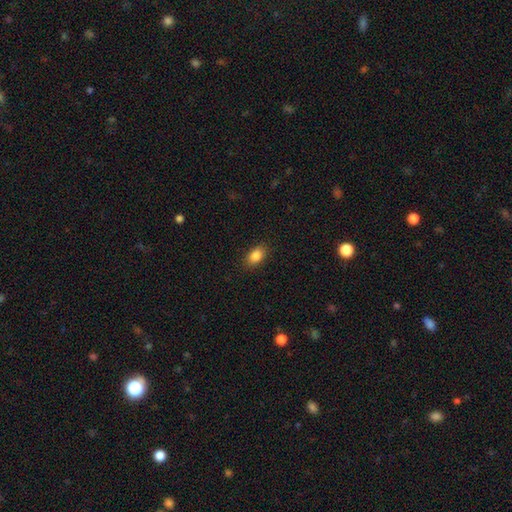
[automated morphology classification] smooth-or-featured: smooth: 87% | star or artifact: 9% | featured or disk: 5%
  how-rounded: in between: 85% | round: 13% | cigar-shaped: 2%
  merging: none: 87% | minor disturbance: 9% | major disturbance: 2% | merger: 1%